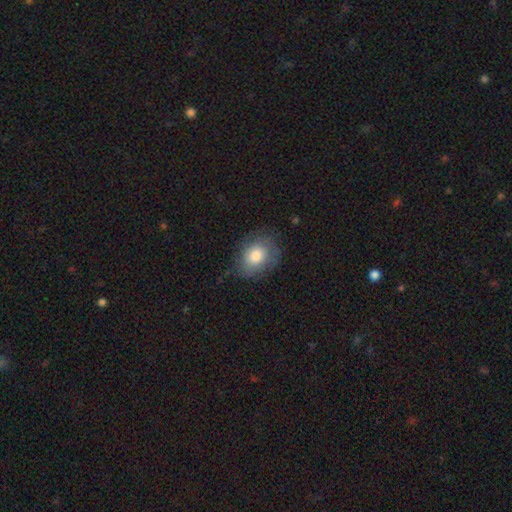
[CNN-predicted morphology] smooth-or-featured: smooth: 76% | featured or disk: 16% | star or artifact: 7%
  how-rounded: in between: 56% | round: 43% | cigar-shaped: 1%
  merging: none: 68% | minor disturbance: 23% | major disturbance: 9% | merger: 1%